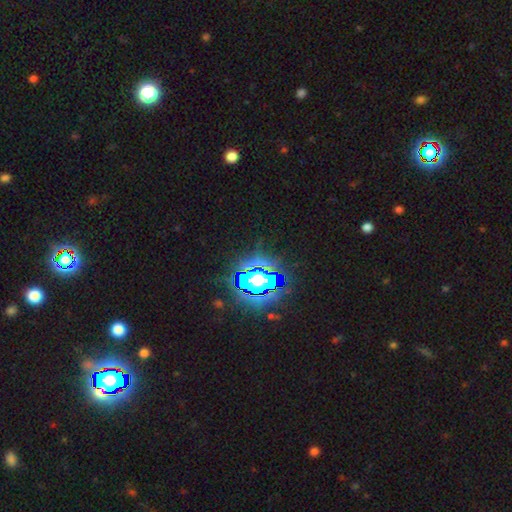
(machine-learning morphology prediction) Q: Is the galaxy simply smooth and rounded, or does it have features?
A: star or artifact — 77%.